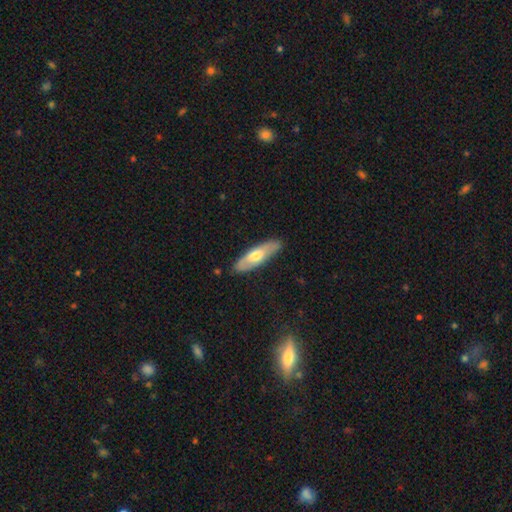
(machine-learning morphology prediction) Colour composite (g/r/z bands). It shows a smooth galaxy with no disk features (56%) that is cigar-shaped (50%). Merging: none (85%).